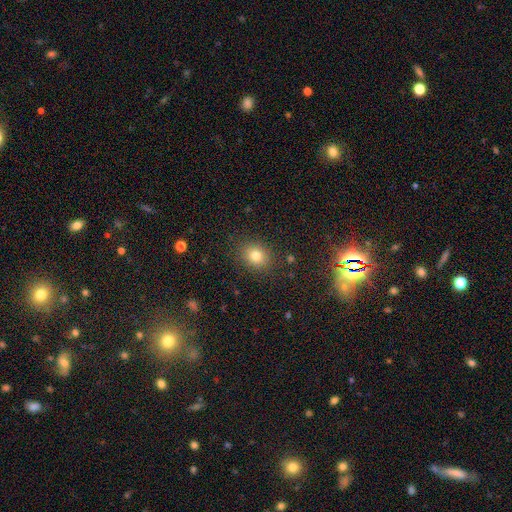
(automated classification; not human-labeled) Smooth or featured: smooth — 79% (star or artifact — 13%)
How rounded: round — 59% (in between — 40%)
Merging: none — 87% (minor disturbance — 9%)